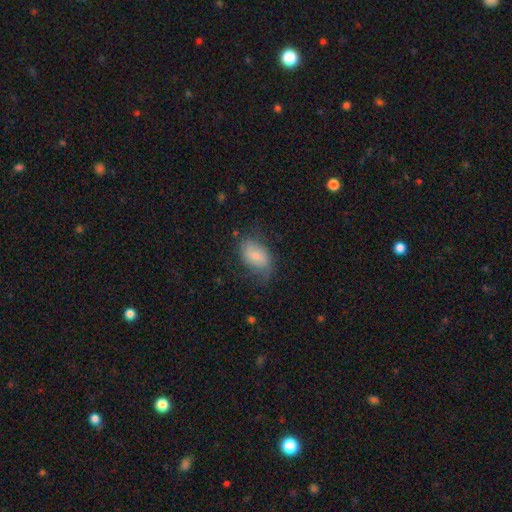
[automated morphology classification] Smooth or featured? smooth (64%)
How rounded? in between (89%)
Merging? none (54%)